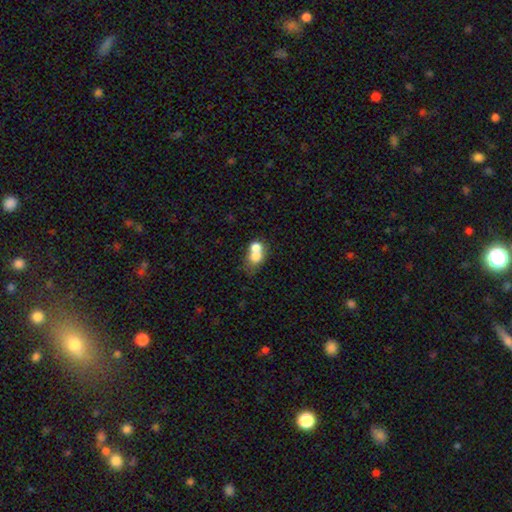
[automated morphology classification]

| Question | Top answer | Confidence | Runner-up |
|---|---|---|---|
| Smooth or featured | smooth | 69% | featured or disk (20%) |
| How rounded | round | 57% | in between (41%) |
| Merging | merger | 67% | none (23%) |